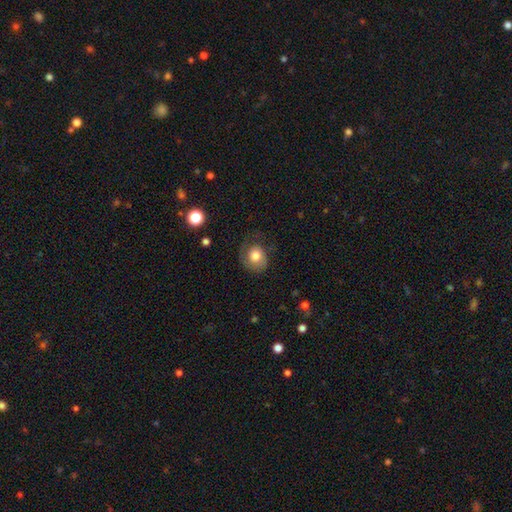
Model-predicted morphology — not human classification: Q: Smooth or featured?
A: smooth (70%); runner-up: featured or disk (21%)
Q: How rounded?
A: round (72%); runner-up: in between (27%)
Q: Merging?
A: none (59%); runner-up: minor disturbance (23%)